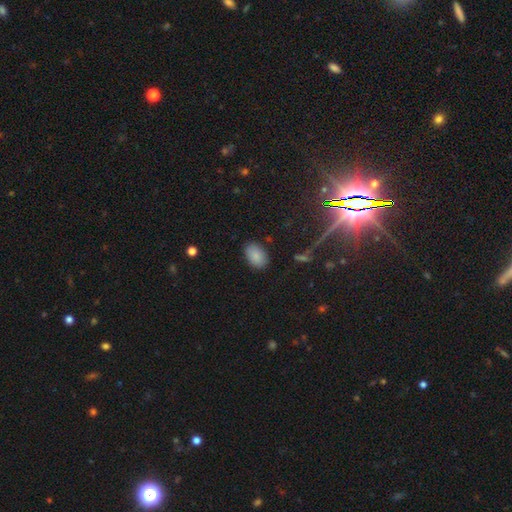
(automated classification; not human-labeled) smooth 86%, star or artifact 9%, featured or disk 5%. Down the decision tree: how rounded — in between (89%); merging — none (84%).